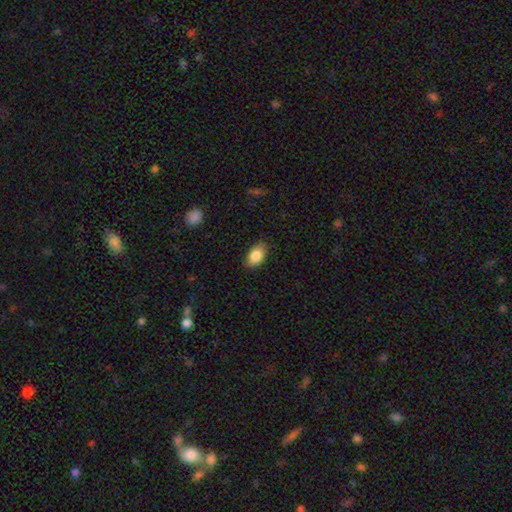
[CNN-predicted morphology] smooth 86%, star or artifact 7%, featured or disk 7%. Down the decision tree: how rounded — in between (92%); merging — none (85%).